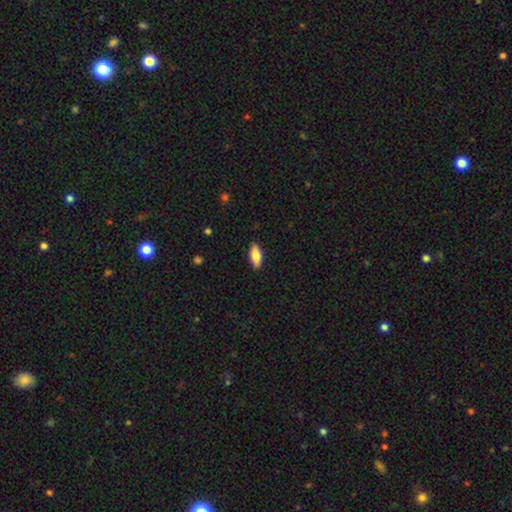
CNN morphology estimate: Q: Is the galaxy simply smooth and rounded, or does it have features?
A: smooth — 79%.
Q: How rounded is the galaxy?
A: in between — 80%.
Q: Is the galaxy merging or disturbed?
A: none — 88%.